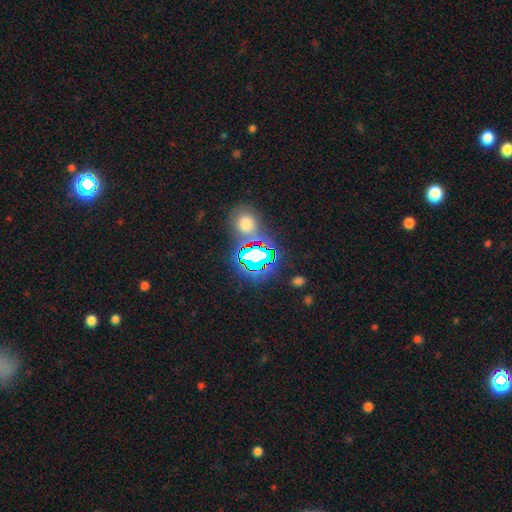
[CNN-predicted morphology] A star or artifact, not a galaxy (67%).

Vote fractions:
- Smooth or featured? star or artifact: 67% / smooth: 23% / featured or disk: 10%